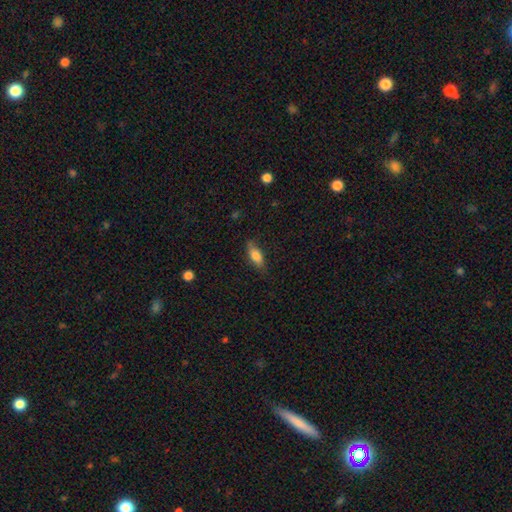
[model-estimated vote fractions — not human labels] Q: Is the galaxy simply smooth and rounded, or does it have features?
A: smooth — 78%.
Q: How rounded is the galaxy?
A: in between — 71%.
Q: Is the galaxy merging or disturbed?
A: none — 78%.